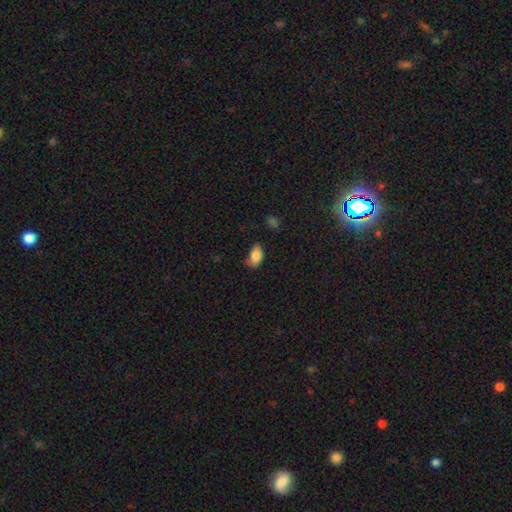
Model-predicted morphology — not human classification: A smooth galaxy with no disk features (84%) that is in between round and cigar-shaped (92%).

Vote fractions:
- Smooth or featured? smooth: 84% / featured or disk: 8% / star or artifact: 8%
- How rounded? in between: 92% / round: 6% / cigar-shaped: 3%
- Merging? none: 60% / minor disturbance: 32% / major disturbance: 7% / merger: 2%